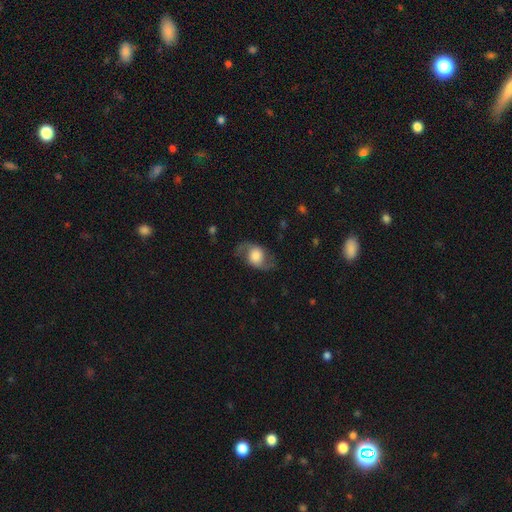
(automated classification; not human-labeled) featured or disk 58%, smooth 34%, star or artifact 8%. Down the decision tree: edge-on disk — no (93%); bar — no (66%); spiral arms — yes (84%); bulge size — large (44%); merging — none (70%).